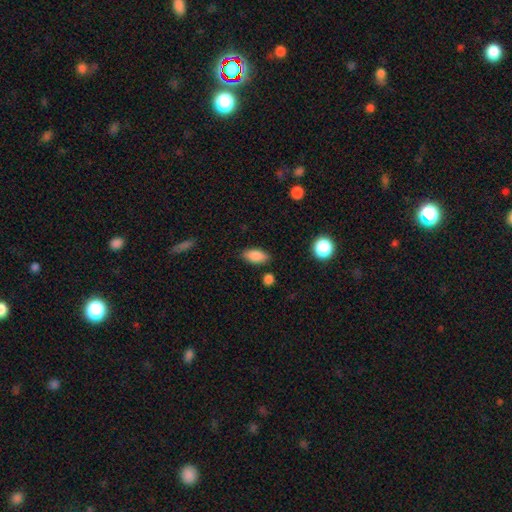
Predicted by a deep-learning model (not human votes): Morphology: type=smooth (87%); roundness=in between (90%); merging=none (83%).